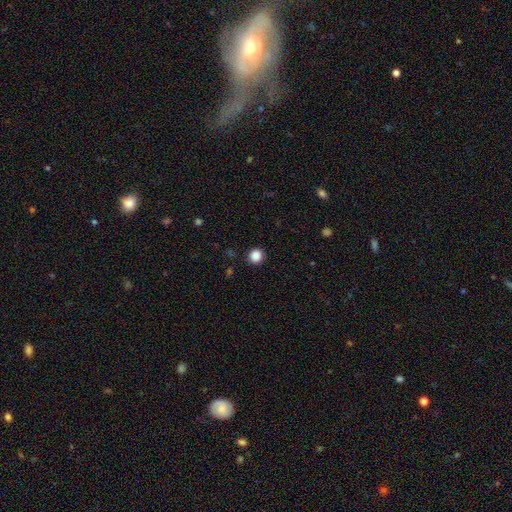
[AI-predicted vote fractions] Overall: smooth (87%). How rounded: round (92%). Merging: none (91%).